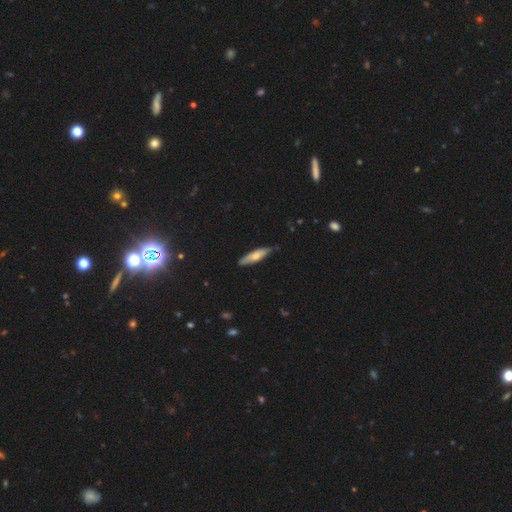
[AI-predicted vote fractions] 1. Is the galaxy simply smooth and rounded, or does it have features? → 60% smooth, 34% featured or disk, 6% star or artifact.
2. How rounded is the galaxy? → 69% cigar-shaped, 29% in between, 2% round.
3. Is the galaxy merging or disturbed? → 79% none, 17% minor disturbance, 2% major disturbance, 1% merger.